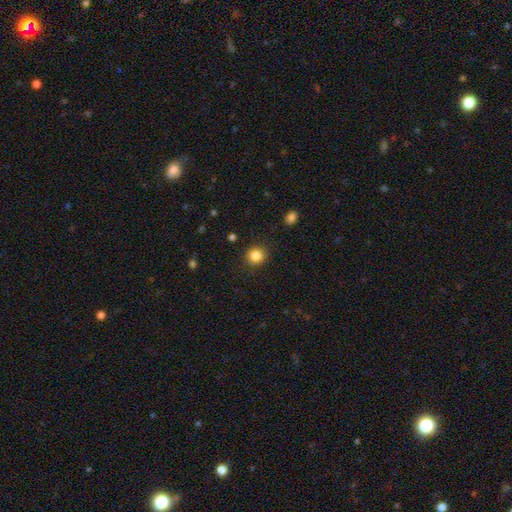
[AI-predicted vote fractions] A smooth galaxy with no disk features (85%) that is round (88%).

Vote fractions:
- Smooth or featured? smooth: 85% / star or artifact: 11% / featured or disk: 5%
- How rounded? round: 88% / in between: 12% / cigar-shaped: 1%
- Merging? none: 89% / minor disturbance: 7% / major disturbance: 2% / merger: 1%